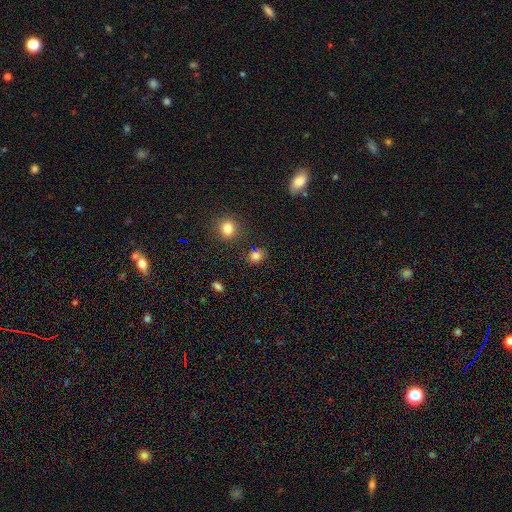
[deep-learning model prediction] A smooth galaxy with no disk features (80%) that is round (65%).

Vote fractions:
- Smooth or featured? smooth: 80% / star or artifact: 15% / featured or disk: 5%
- How rounded? round: 65% / in between: 34% / cigar-shaped: 1%
- Merging? none: 77% / minor disturbance: 13% / merger: 6% / major disturbance: 4%